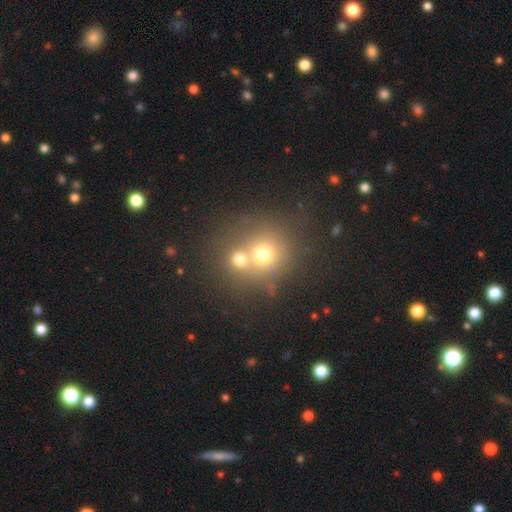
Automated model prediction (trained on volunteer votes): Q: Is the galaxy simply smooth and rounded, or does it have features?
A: smooth — 59%.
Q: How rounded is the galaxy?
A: round — 84%.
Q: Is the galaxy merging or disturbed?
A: merger — 50%.